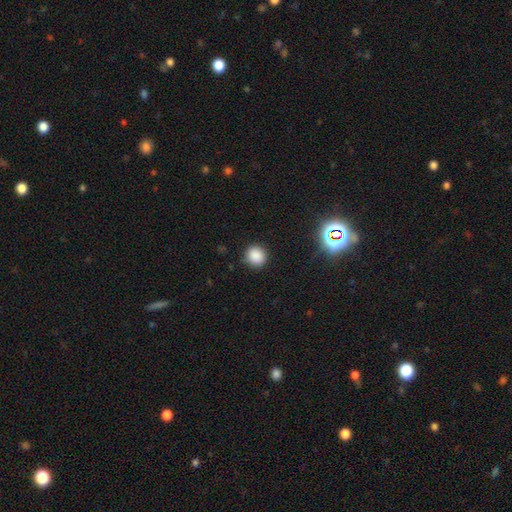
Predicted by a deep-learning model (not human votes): Smooth or featured? Predicted: smooth (p=0.85). How rounded? Predicted: round (p=0.90). Merging? Predicted: none (p=0.88).